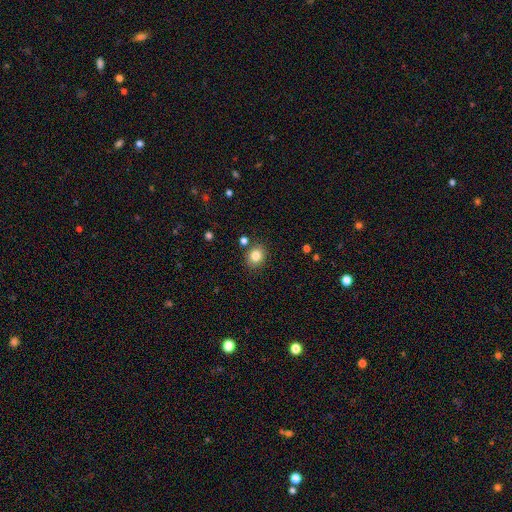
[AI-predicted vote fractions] Smooth or featured? smooth (83%)
How rounded? round (68%)
Merging? none (82%)